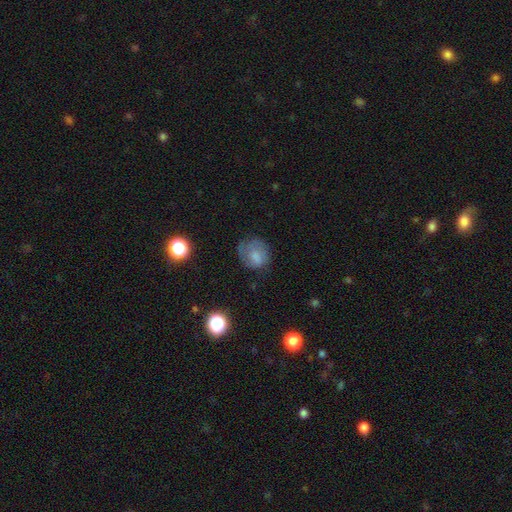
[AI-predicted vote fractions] Overall: smooth (67%). How rounded: round (72%). Merging: none (52%; minor disturbance 28%).